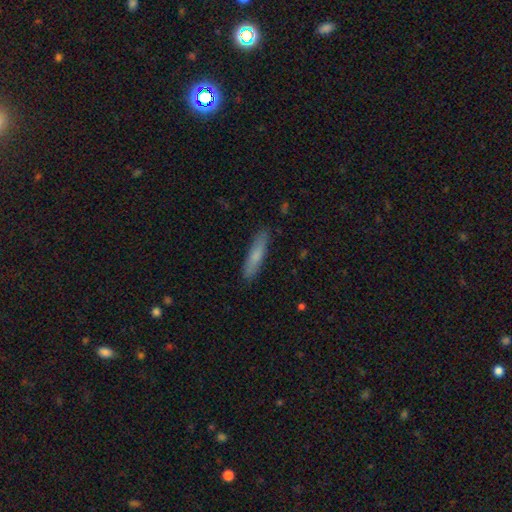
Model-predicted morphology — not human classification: Smooth or featured? smooth (73%)
How rounded? cigar-shaped (86%)
Merging? none (87%)